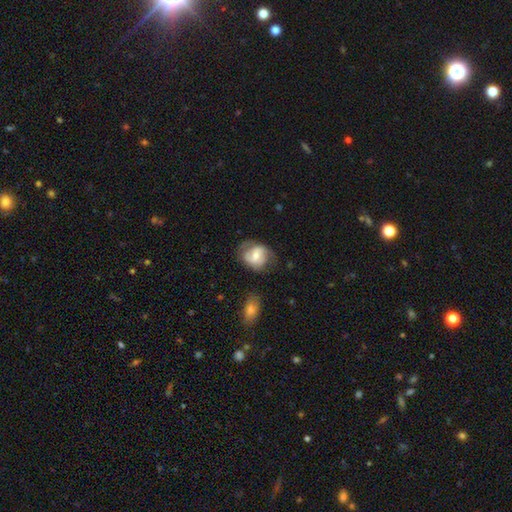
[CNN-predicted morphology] The model was most divided on "smooth or featured": smooth: 47%, featured or disk: 46%, star or artifact: 7%. More confident: merging — none (57%).